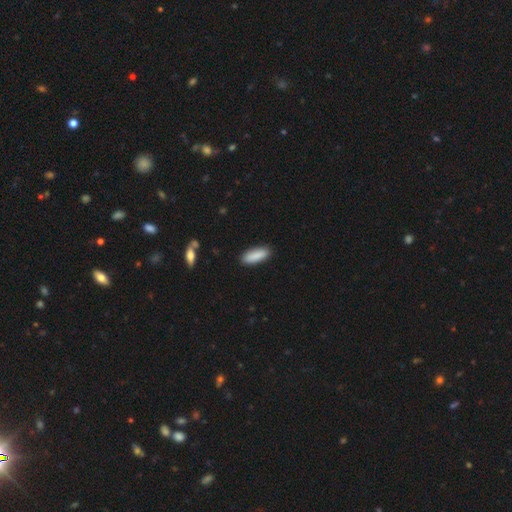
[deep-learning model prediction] A smooth galaxy with no disk features (88%) that is in between round and cigar-shaped (58%).

Vote fractions:
- Smooth or featured? smooth: 88% / star or artifact: 6% / featured or disk: 6%
- How rounded? in between: 58% / cigar-shaped: 40% / round: 2%
- Merging? none: 88% / minor disturbance: 9% / major disturbance: 2% / merger: 1%